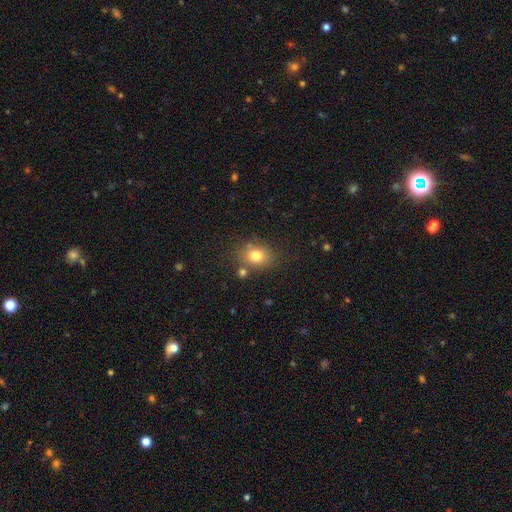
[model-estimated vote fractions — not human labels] This appears to be a smooth galaxy with no disk features (77%) that is round (50%). Merging: none (73%).